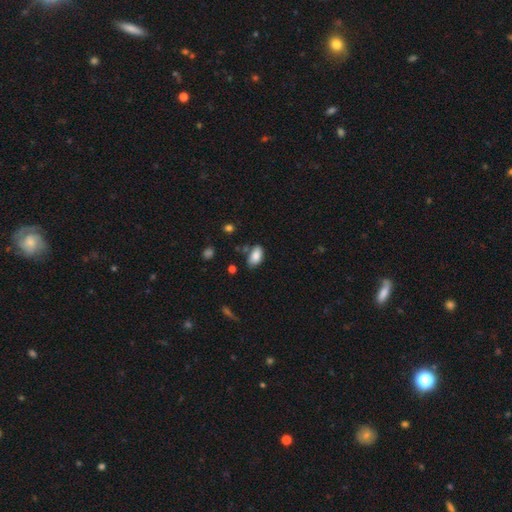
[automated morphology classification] smooth 86%, star or artifact 8%, featured or disk 7%. Down the decision tree: how rounded — in between (93%); merging — none (66%).